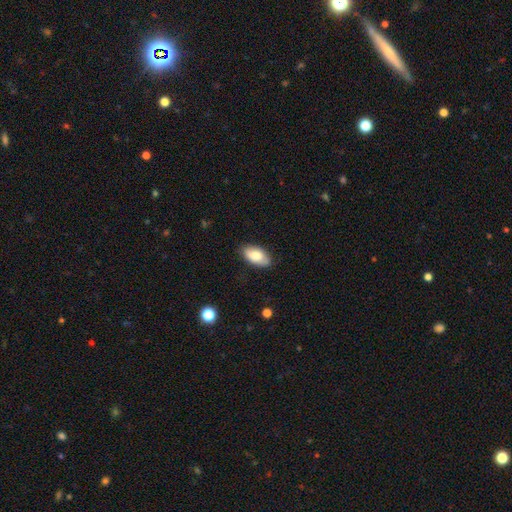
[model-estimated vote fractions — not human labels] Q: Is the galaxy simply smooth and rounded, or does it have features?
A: smooth — 81%.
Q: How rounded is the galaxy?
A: in between — 93%.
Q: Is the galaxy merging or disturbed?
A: none — 82%.